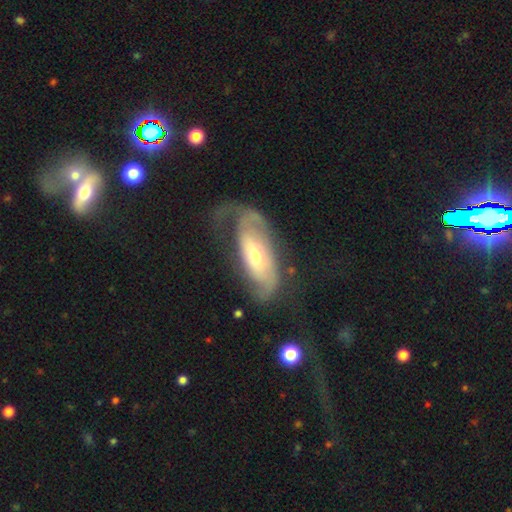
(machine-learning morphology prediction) The model was most divided on "spiral winding" (2-way tie): tight: 36%, medium: 36%, loose: 28%. Remaining: edge-on disk — no (88%); spiral arms — yes (81%); smooth or featured — featured or disk (71%); bar — no (59%); bulge size — moderate (50%); spiral arm count — 2 (50%); merging — none (39%).